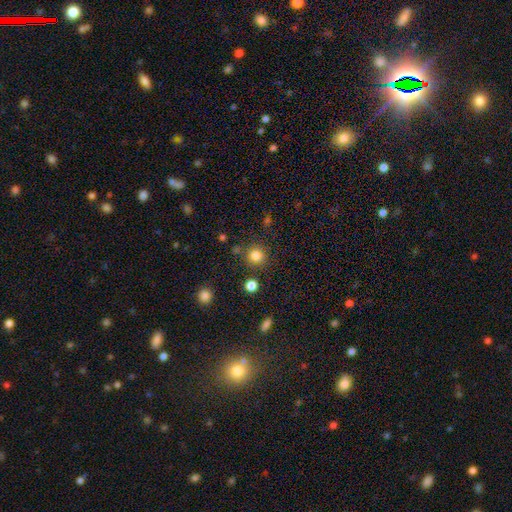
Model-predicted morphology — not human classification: Q: Smooth or featured?
A: smooth (83%); runner-up: star or artifact (12%)
Q: How rounded?
A: round (93%); runner-up: in between (6%)
Q: Merging?
A: none (84%); runner-up: minor disturbance (8%)